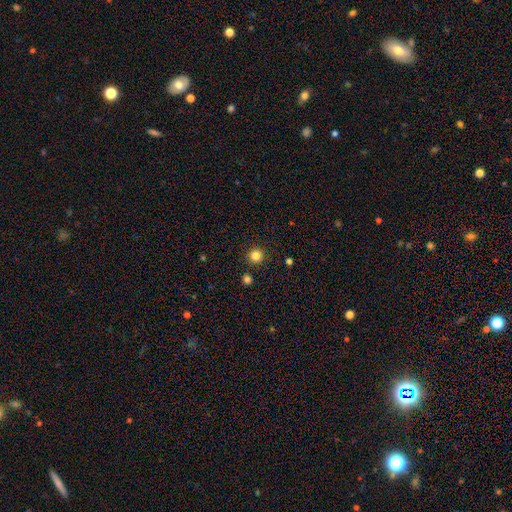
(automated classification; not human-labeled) A smooth galaxy with no disk features (83%) that is round (95%). Merging: none (90%).